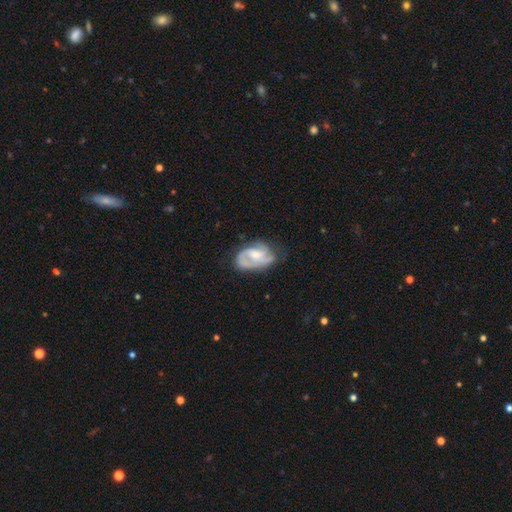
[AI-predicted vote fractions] smooth-or-featured: featured or disk: 76% | smooth: 18% | star or artifact: 6%
  disk-edge-on: no: 97% | yes: 3%
    bar: no: 51% | weak: 40% | strong: 8%
    has-spiral-arms: yes: 91% | no: 9%
      spiral-winding: medium: 47% | tight: 34% | loose: 20%
      spiral-arm-count: 2: 42% | 3: 26% | can't tell: 18% | 1: 7% | 4: 4% | more than 4: 3%
    bulge-size: moderate: 50% | small: 33% | none: 9% | large: 7% | dominant: 1%
  merging: none: 51% | minor disturbance: 28% | major disturbance: 19% | merger: 2%